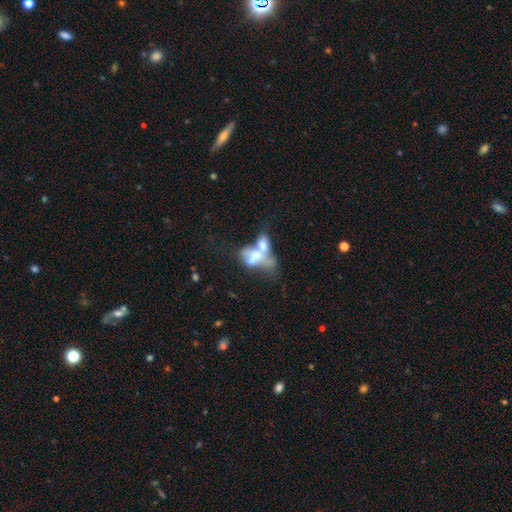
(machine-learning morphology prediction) Smooth or featured? Predicted: featured or disk (p=0.45). Merging? Predicted: merger (p=0.72).